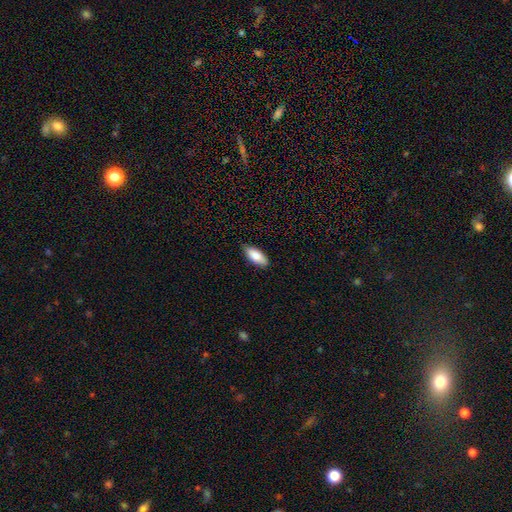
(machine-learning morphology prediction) A smooth galaxy with no disk features (84%) that is in between round and cigar-shaped (85%).

Vote fractions:
- Smooth or featured? smooth: 84% / featured or disk: 10% / star or artifact: 6%
- How rounded? in between: 85% / cigar-shaped: 13% / round: 2%
- Merging? none: 84% / minor disturbance: 13% / major disturbance: 2% / merger: 1%